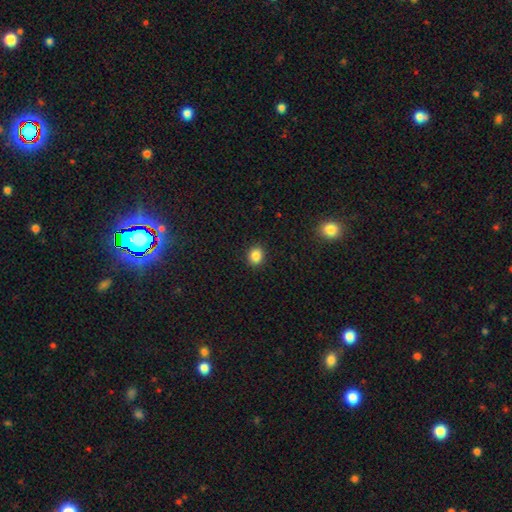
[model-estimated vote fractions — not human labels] smooth_or_featured: smooth (p=0.86) [alt: star or artifact p=0.10]
how_rounded: round (p=0.66) [alt: in between p=0.33]
merging: none (p=0.90) [alt: minor disturbance p=0.07]